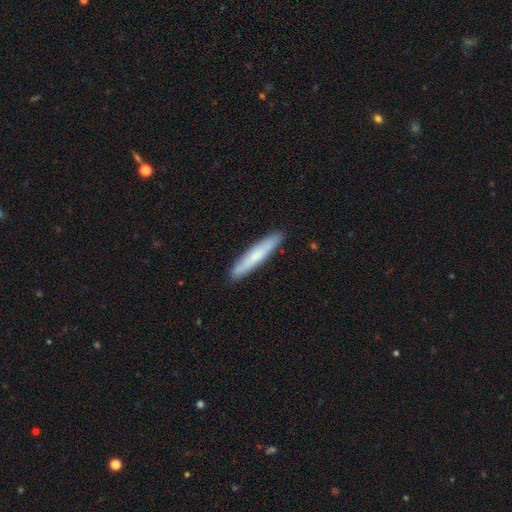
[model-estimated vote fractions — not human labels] Smooth or featured? Predicted: smooth (p=0.71). How rounded? Predicted: cigar-shaped (p=0.92). Merging? Predicted: none (p=0.90).